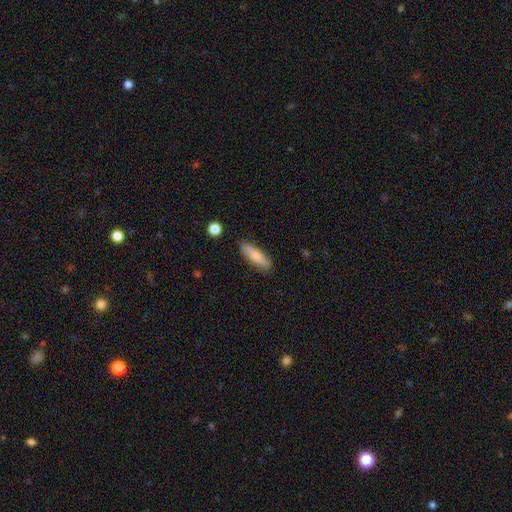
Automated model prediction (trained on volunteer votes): This is likely a smooth galaxy (73%). How rounded: likely cigar-shaped (65%). Merging: clearly none (85%).